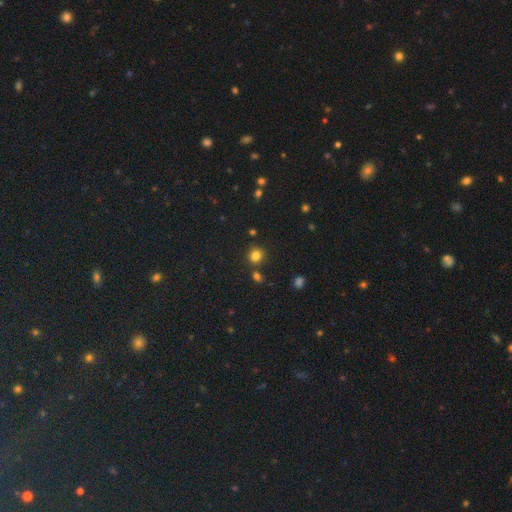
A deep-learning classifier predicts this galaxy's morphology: Overall: smooth (80%). How rounded: round (86%). Merging: none (80%).